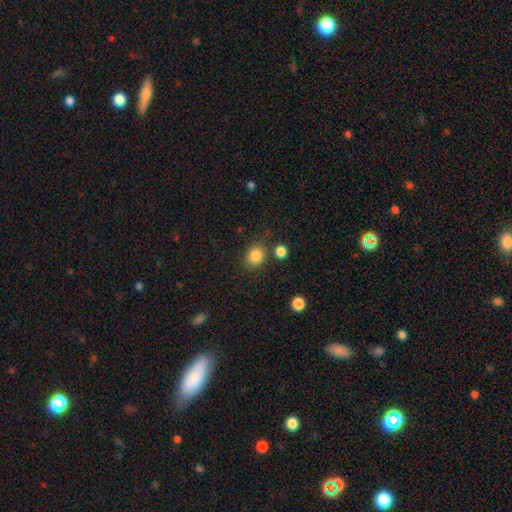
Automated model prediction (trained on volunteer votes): A smooth galaxy with no disk features (84%) that is round (69%).

Vote fractions:
- Smooth or featured? smooth: 84% / star or artifact: 10% / featured or disk: 5%
- How rounded? round: 69% / in between: 30% / cigar-shaped: 1%
- Merging? none: 75% / minor disturbance: 12% / merger: 8% / major disturbance: 4%